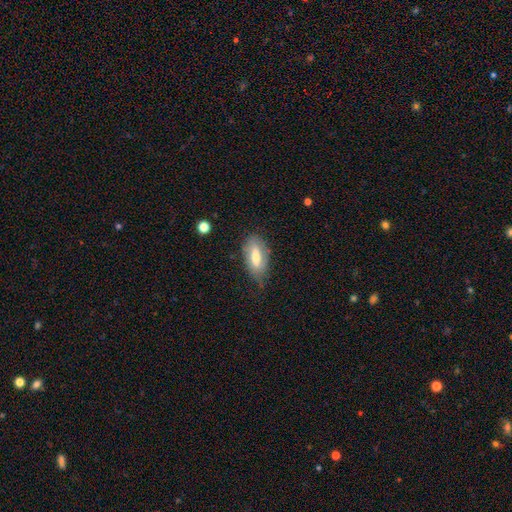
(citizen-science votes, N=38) smooth 55%, featured or disk 37%, star or artifact 8%. Down the decision tree: how rounded — in between (76%); merging — none (69%).